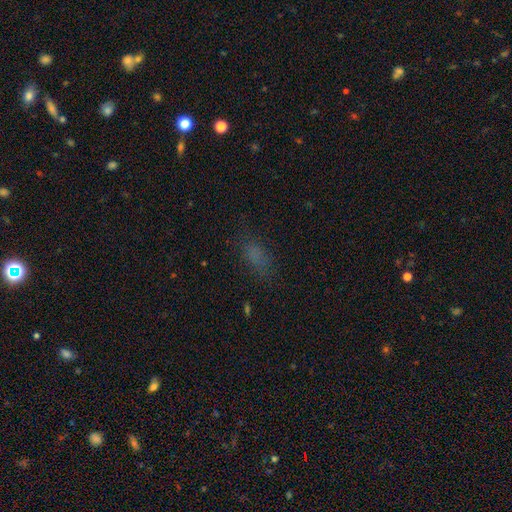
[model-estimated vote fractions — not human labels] The model was most divided on "smooth or featured": smooth: 68%, star or artifact: 21%, featured or disk: 11%. More confident: how rounded — in between (78%); merging — none (68%).